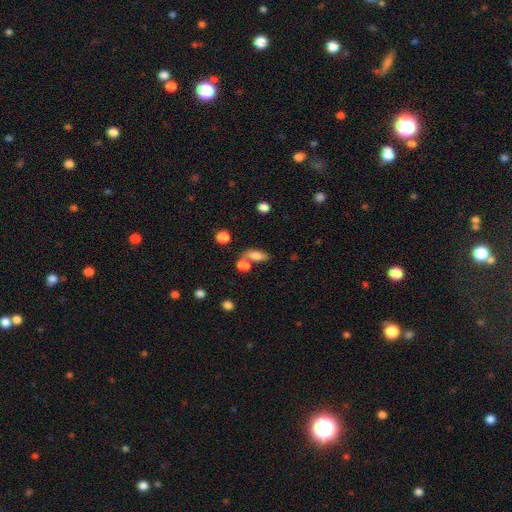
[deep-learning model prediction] A smooth galaxy with no disk features (77%) that is in between round and cigar-shaped (76%).

Vote fractions:
- Smooth or featured? smooth: 77% / featured or disk: 13% / star or artifact: 10%
- How rounded? in between: 76% / cigar-shaped: 14% / round: 10%
- Merging? none: 55% / merger: 26% / minor disturbance: 13% / major disturbance: 6%